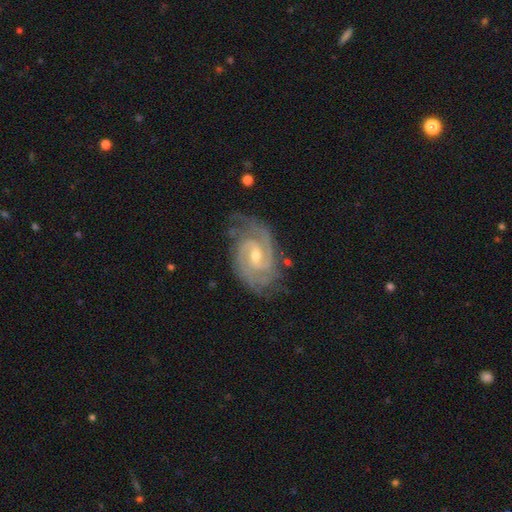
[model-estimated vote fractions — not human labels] This appears to be a featured or disk galaxy (92%) with a weak bar (52%), 2 (58%) tight (61%) spiral arms (98%) and a small central bulge (53%). Merging: none (73%).